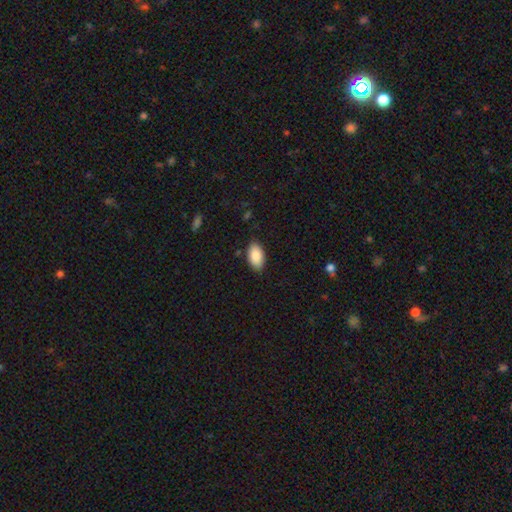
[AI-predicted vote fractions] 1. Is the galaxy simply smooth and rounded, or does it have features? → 89% smooth, 6% star or artifact, 5% featured or disk.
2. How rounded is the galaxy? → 95% in between, 3% round, 2% cigar-shaped.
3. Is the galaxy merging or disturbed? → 87% none, 10% minor disturbance, 2% major disturbance, 1% merger.